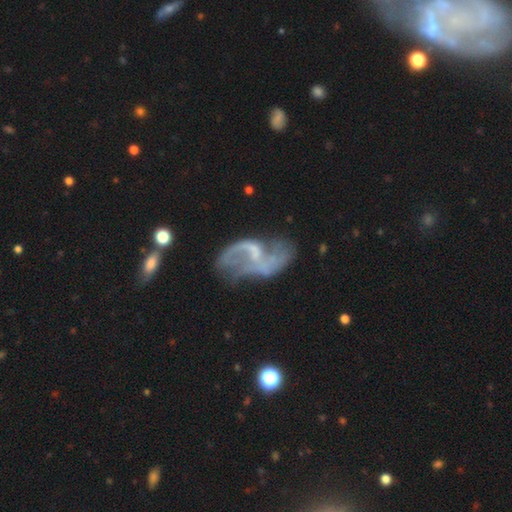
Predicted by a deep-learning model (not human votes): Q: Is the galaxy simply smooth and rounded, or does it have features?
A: featured or disk — 81%.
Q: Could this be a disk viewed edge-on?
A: no — 97%.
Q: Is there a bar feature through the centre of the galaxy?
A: weak — 45%.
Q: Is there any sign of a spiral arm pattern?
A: yes — 81%.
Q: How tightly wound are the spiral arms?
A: loose — 72%.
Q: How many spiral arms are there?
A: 2 — 79%.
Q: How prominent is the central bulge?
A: none — 47%.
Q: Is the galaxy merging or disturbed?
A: none — 44%.